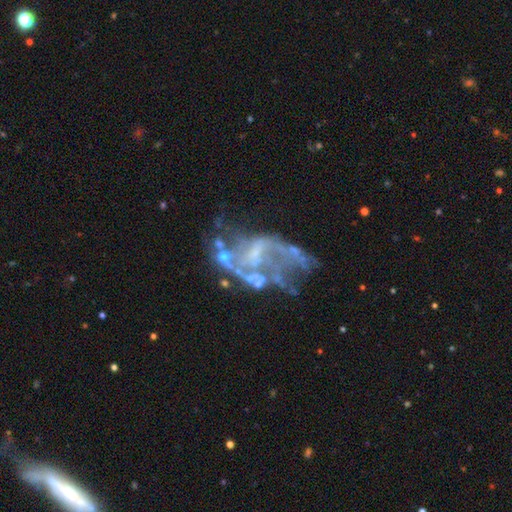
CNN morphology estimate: Smooth or featured?
  - featured or disk: 80% *
  - star or artifact: 12%
  - smooth: 8%
Edge-on disk?
  - no: 98% *
  - yes: 2%
Bar?
  - no: 59% *
  - weak: 31%
  - strong: 10%
Spiral arms?
  - yes: 60% *
  - no: 40%
Bulge size?
  - none: 52% *
  - small: 34%
  - moderate: 12%
  - large: 2%
  - dominant: 1%
Merging?
  - major disturbance: 38% *
  - none: 31%
  - minor disturbance: 18%
  - merger: 14%